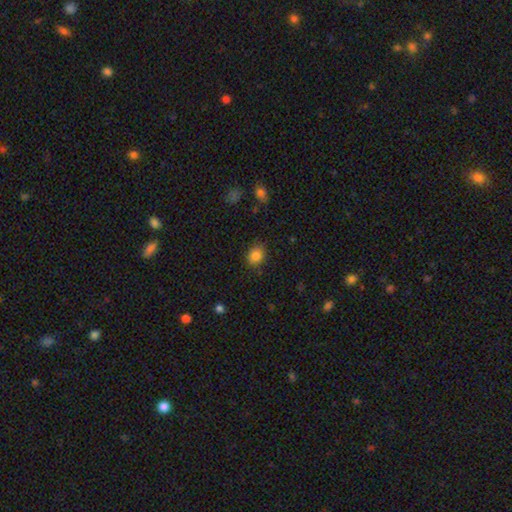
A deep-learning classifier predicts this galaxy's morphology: Smooth or featured? Predicted: smooth (p=0.85). How rounded? Predicted: round (p=0.54). Merging? Predicted: none (p=0.82).